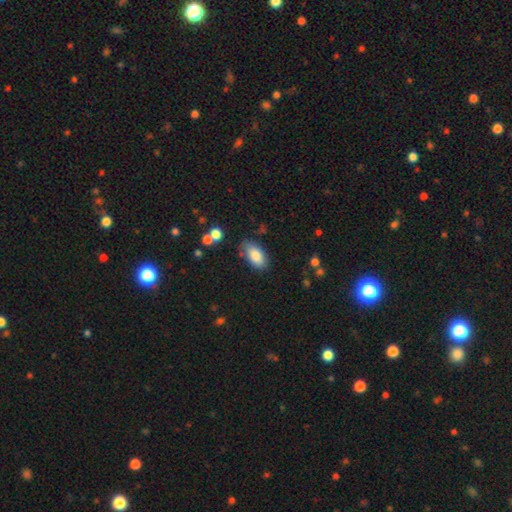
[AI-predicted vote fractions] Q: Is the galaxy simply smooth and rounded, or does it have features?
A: smooth — 85%.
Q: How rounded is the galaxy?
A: in between — 93%.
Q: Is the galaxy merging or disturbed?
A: none — 75%.